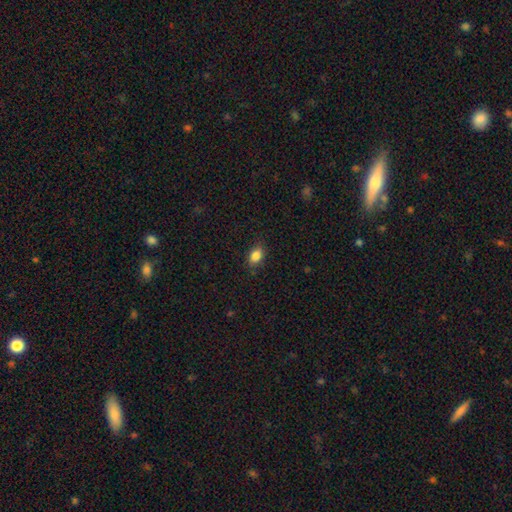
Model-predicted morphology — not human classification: Smooth or featured?
  - smooth: 86% *
  - star or artifact: 9%
  - featured or disk: 5%
How rounded?
  - in between: 79% *
  - round: 19%
  - cigar-shaped: 2%
Merging?
  - none: 84% *
  - minor disturbance: 12%
  - major disturbance: 3%
  - merger: 1%